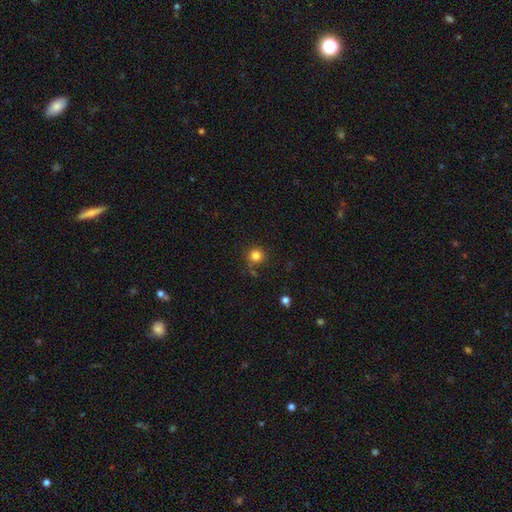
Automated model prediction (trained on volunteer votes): smooth_or_featured: smooth (p=0.83) [alt: star or artifact p=0.13]
how_rounded: round (p=0.93) [alt: in between p=0.06]
merging: none (p=0.81) [alt: minor disturbance p=0.11]